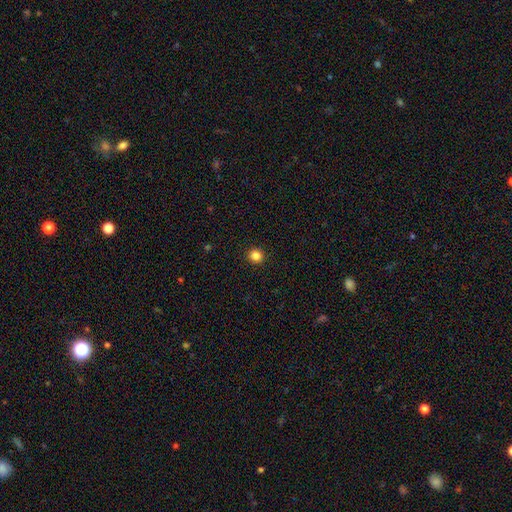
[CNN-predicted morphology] Smooth or featured?
  - smooth: 84% *
  - star or artifact: 12%
  - featured or disk: 4%
How rounded?
  - round: 93% *
  - in between: 6%
  - cigar-shaped: 1%
Merging?
  - none: 93% *
  - minor disturbance: 4%
  - major disturbance: 2%
  - merger: 1%